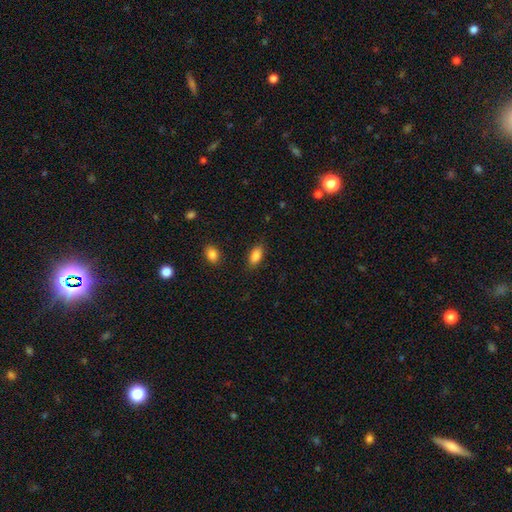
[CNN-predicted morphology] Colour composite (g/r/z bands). It shows a smooth galaxy with no disk features (87%) that is in between round and cigar-shaped (89%). Merging: none (85%).